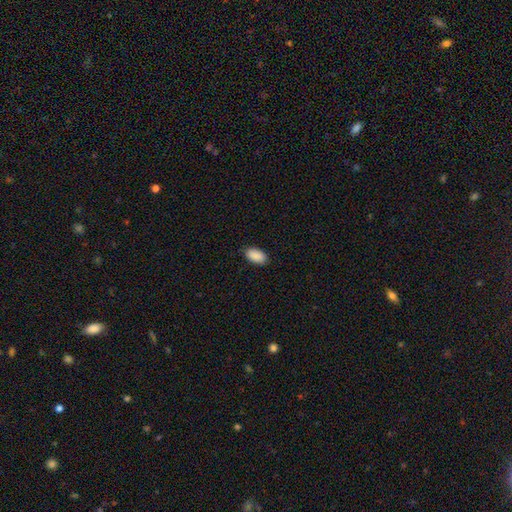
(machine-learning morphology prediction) smooth 91%, star or artifact 7%, featured or disk 3%. Down the decision tree: how rounded — in between (95%); merging — none (88%).